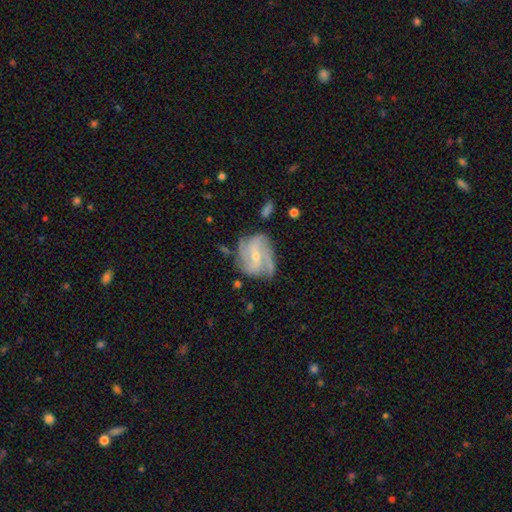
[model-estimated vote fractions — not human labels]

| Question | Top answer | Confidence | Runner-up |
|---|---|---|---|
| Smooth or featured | featured or disk | 85% | smooth (10%) |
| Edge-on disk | no | 97% | yes (3%) |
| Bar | weak | 44% | no (40%) |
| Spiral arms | yes | 95% | no (5%) |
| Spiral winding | medium | 45% | tight (39%) |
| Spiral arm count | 3 | 38% | 2 (19%) |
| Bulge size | small | 56% | moderate (41%) |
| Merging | none | 64% | minor disturbance (24%) |